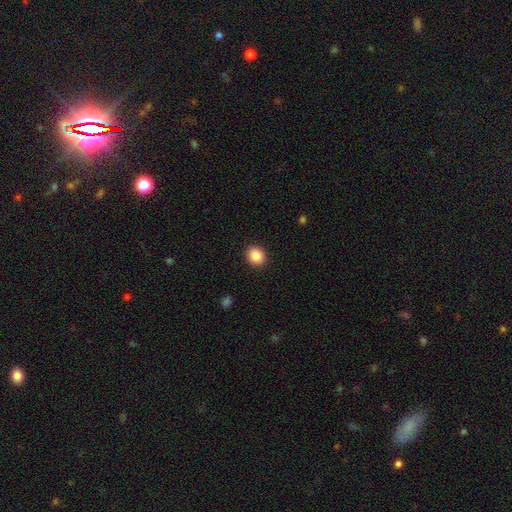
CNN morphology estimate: smooth 87%, star or artifact 9%, featured or disk 4%. Down the decision tree: how rounded — round (67%); merging — none (91%).